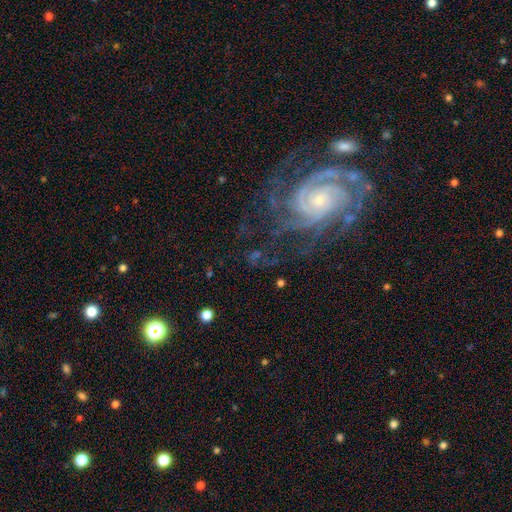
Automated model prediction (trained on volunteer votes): Smooth or featured?
  - featured or disk: 85% *
  - star or artifact: 10%
  - smooth: 6%
Edge-on disk?
  - no: 97% *
  - yes: 3%
Bar?
  - no: 68% *
  - weak: 23%
  - strong: 9%
Spiral arms?
  - yes: 98% *
  - no: 2%
Spiral winding?
  - tight: 68% *
  - medium: 27%
  - loose: 6%
Spiral arm count?
  - 3: 21% * (tied)
  - can't tell: 21% * (tied)
  - 4: 20%
  - 2: 18%
  - more than 4: 12%
  - 1: 8%
Bulge size?
  - small: 71% *
  - moderate: 23%
  - none: 3%
  - large: 2%
  - dominant: 1%
Merging?
  - none: 64% *
  - minor disturbance: 17%
  - major disturbance: 16%
  - merger: 3%